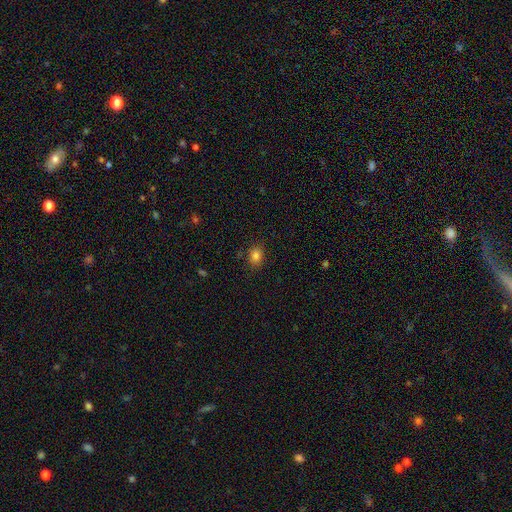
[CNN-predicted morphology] The model was most divided on "how rounded": in between: 58%, round: 41%, cigar-shaped: 1%. More confident: merging — none (84%); smooth or featured — smooth (81%).